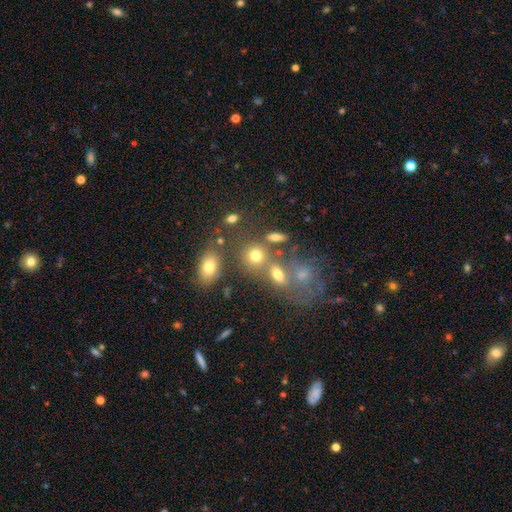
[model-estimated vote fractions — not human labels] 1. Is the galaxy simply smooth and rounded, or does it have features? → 71% smooth, 17% star or artifact, 13% featured or disk.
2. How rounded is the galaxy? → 66% round, 32% in between, 2% cigar-shaped.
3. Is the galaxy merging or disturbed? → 53% none, 29% merger, 11% minor disturbance, 6% major disturbance.